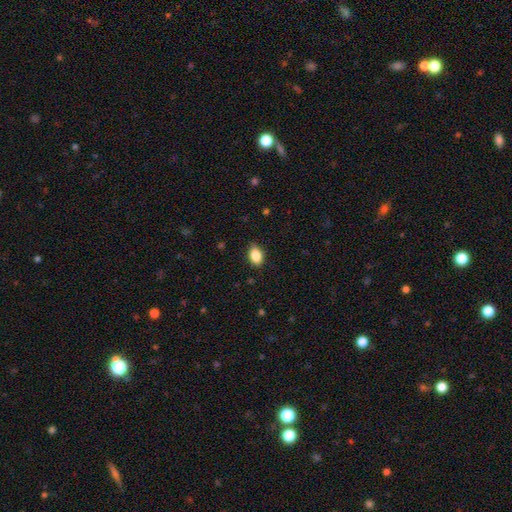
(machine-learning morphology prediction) Smooth or featured?
  - smooth: 86% *
  - star or artifact: 8%
  - featured or disk: 6%
How rounded?
  - in between: 85% *
  - round: 13%
  - cigar-shaped: 2%
Merging?
  - none: 83% *
  - minor disturbance: 14%
  - major disturbance: 2%
  - merger: 1%